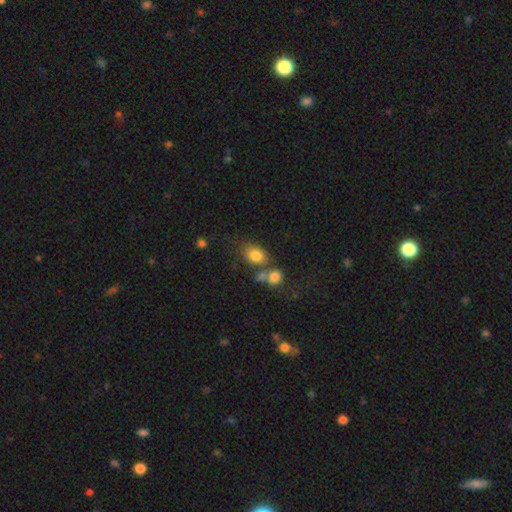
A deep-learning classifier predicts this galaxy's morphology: This is clearly a smooth galaxy (81%). How rounded: likely in between (67%). Merging: possibly none (52%).